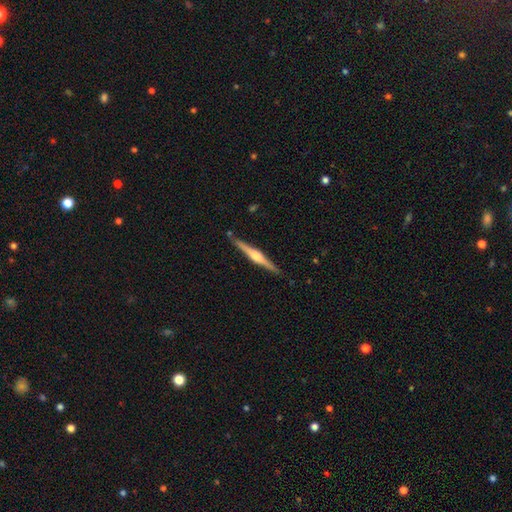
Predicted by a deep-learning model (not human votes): Smooth or featured? featured or disk (79%)
Edge-on disk? yes (98%)
Edge-on bulge? rounded (83%)
Merging? none (90%)